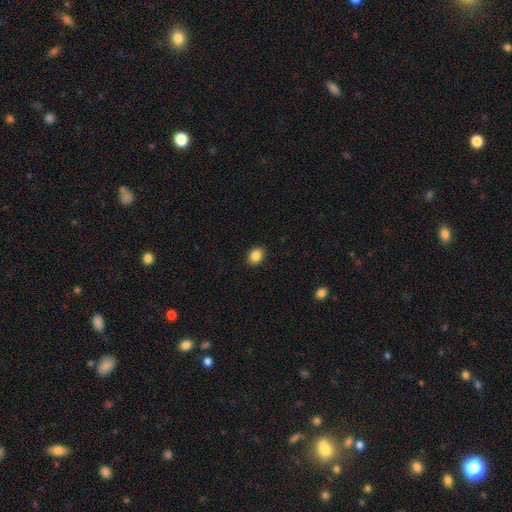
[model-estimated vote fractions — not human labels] Smooth or featured?
  - smooth: 87% *
  - star or artifact: 9%
  - featured or disk: 4%
How rounded?
  - in between: 52% *
  - round: 47%
  - cigar-shaped: 1%
Merging?
  - none: 90% *
  - minor disturbance: 7%
  - major disturbance: 2%
  - merger: 1%